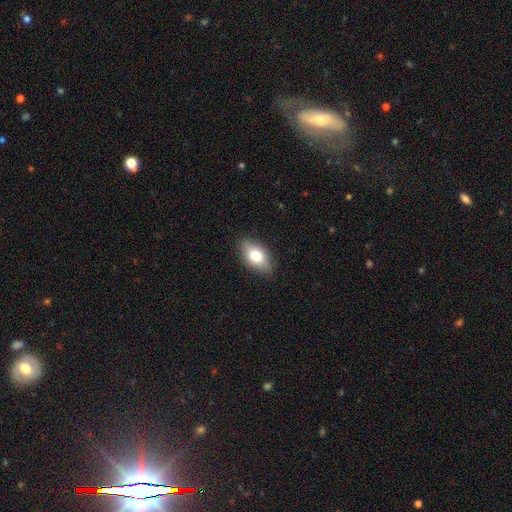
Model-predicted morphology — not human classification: Smooth or featured? smooth (75%)
How rounded? in between (89%)
Merging? none (87%)